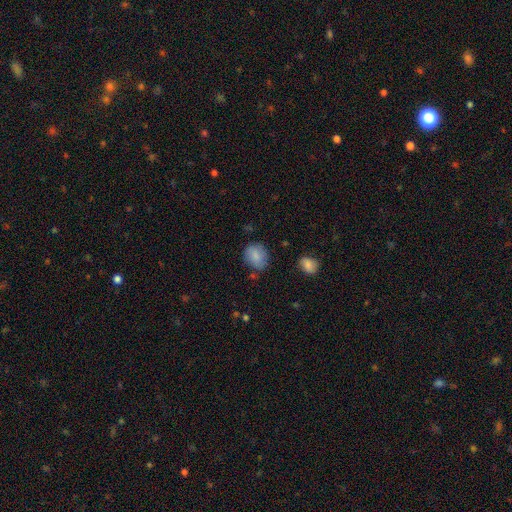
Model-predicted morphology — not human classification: type=smooth (84%); roundness=round (60%); merging=none (72%).